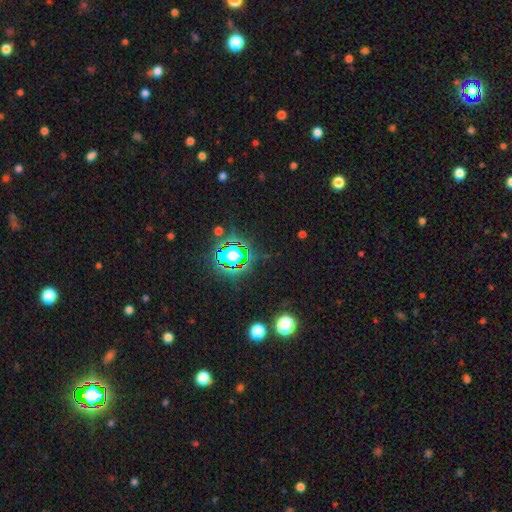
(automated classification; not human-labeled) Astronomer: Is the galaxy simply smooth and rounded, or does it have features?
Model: star or artifact — 79%.